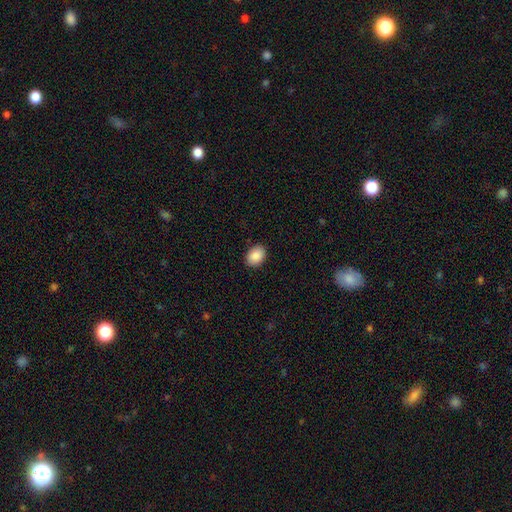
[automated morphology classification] This is clearly a smooth galaxy (89%). How rounded: likely in between (71%). Merging: clearly none (90%).